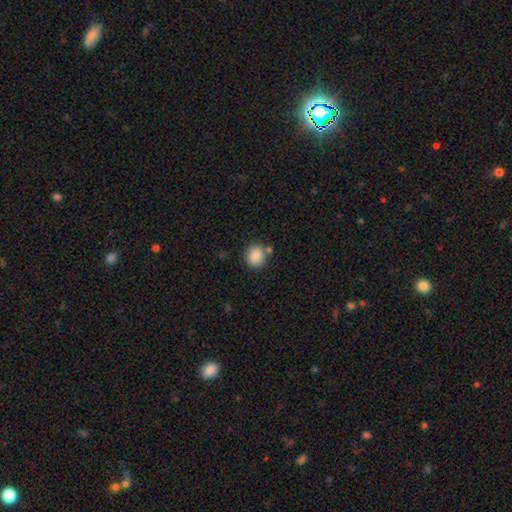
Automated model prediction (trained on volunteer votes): smooth-or-featured: smooth: 87% | star or artifact: 9% | featured or disk: 5%
  how-rounded: round: 77% | in between: 22% | cigar-shaped: 1%
  merging: none: 79% | minor disturbance: 11% | merger: 7% | major disturbance: 3%